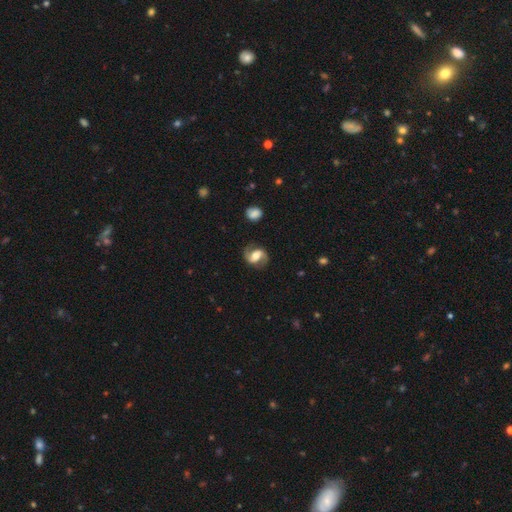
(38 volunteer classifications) Smooth or featured? featured or disk (82%)
Edge-on disk? no (100%)
Bar? weak (58%)
Spiral arms? yes (94%)
Spiral winding? medium (69%)
Spiral arm count? 2 (97%)
Bulge size? moderate (74%)
Merging? none (86%)